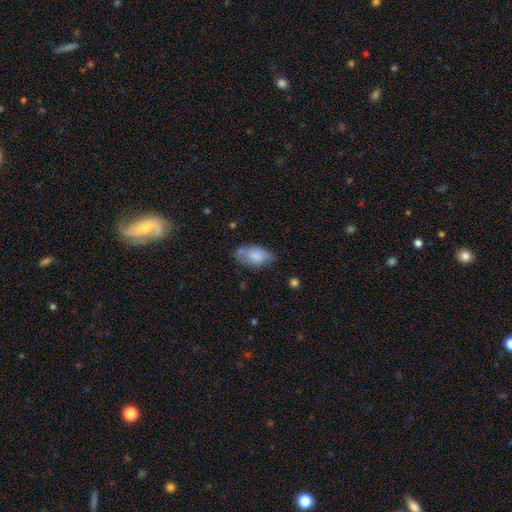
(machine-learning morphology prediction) Overall: smooth (73%). How rounded: in between (91%). Merging: none (45%; minor disturbance 28%).